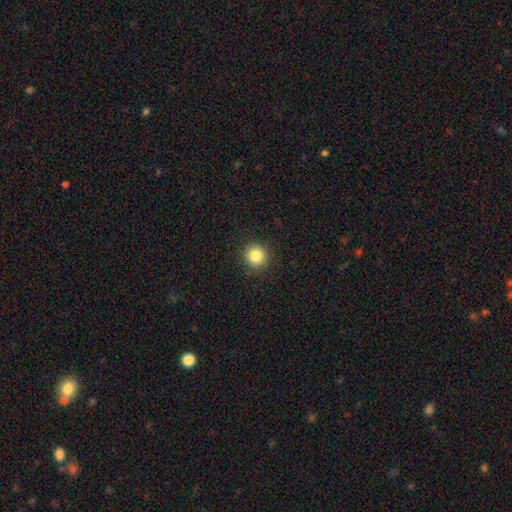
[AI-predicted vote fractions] Q: Smooth or featured?
A: smooth (85%); runner-up: star or artifact (10%)
Q: How rounded?
A: round (95%); runner-up: in between (4%)
Q: Merging?
A: none (91%); runner-up: minor disturbance (6%)